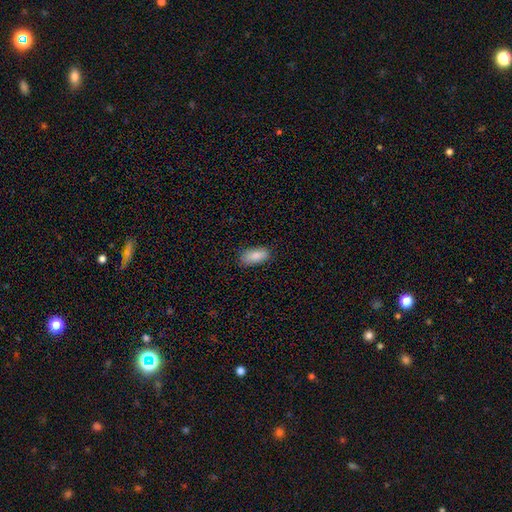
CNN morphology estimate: Overall: smooth (85%). How rounded: in between (89%). Merging: none (86%).